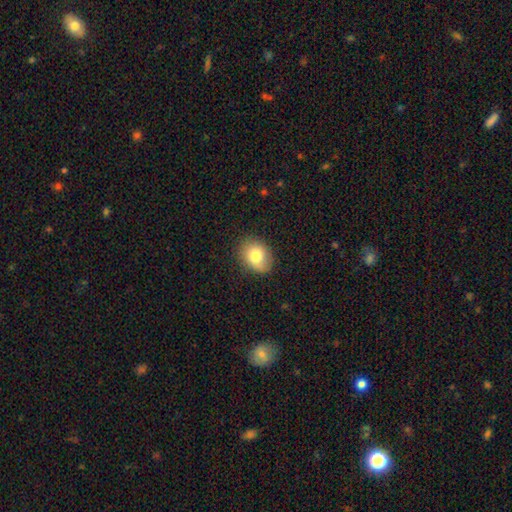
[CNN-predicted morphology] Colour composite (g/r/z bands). It shows a smooth galaxy with no disk features (80%) that is in between round and cigar-shaped (58%). Merging: none (81%).